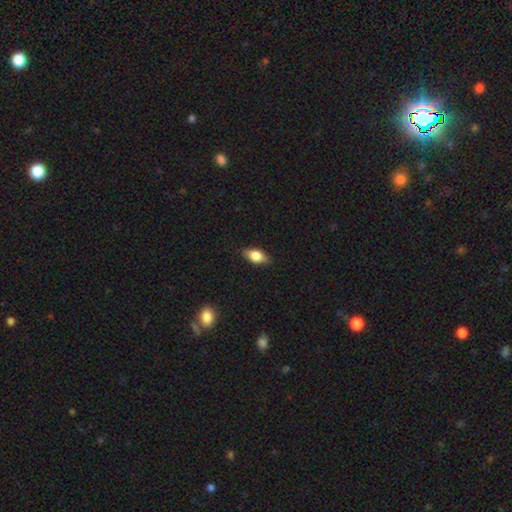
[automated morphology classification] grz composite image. It shows a smooth galaxy with no disk features (70%) that is in between round and cigar-shaped (82%). Merging: none (82%).